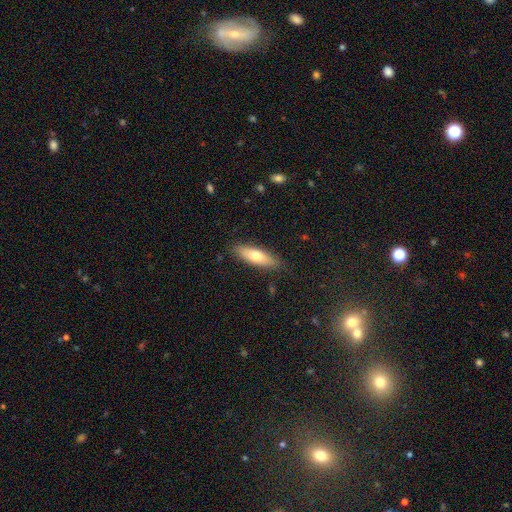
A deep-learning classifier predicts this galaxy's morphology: Smooth or featured: smooth — 67% (featured or disk — 27%)
How rounded: cigar-shaped — 50% (in between — 48%)
Merging: none — 86% (minor disturbance — 11%)